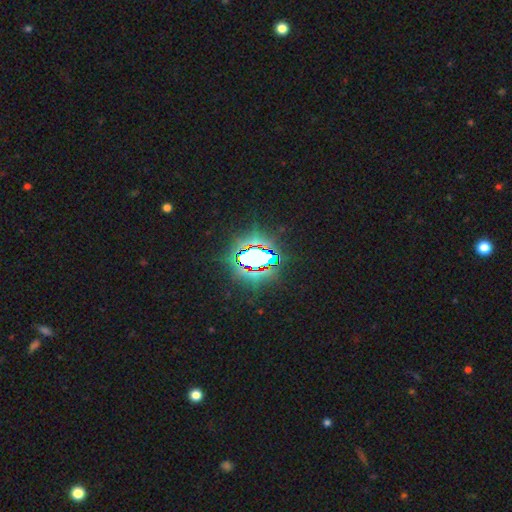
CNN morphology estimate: This appears to be a star or artifact, not a galaxy (74%).